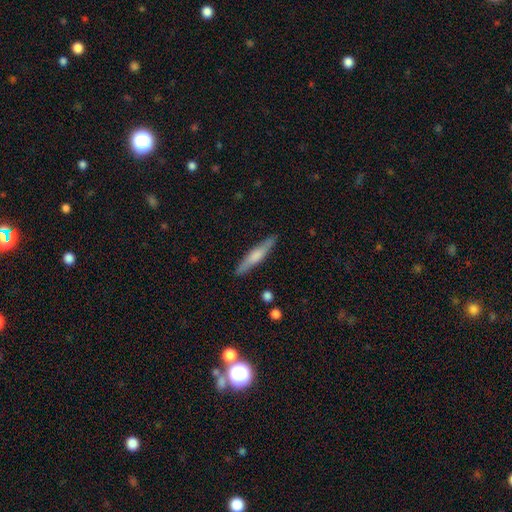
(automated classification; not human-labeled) Smooth or featured: smooth — 51% (featured or disk — 43%)
How rounded: cigar-shaped — 89% (in between — 9%)
Merging: none — 88% (minor disturbance — 8%)